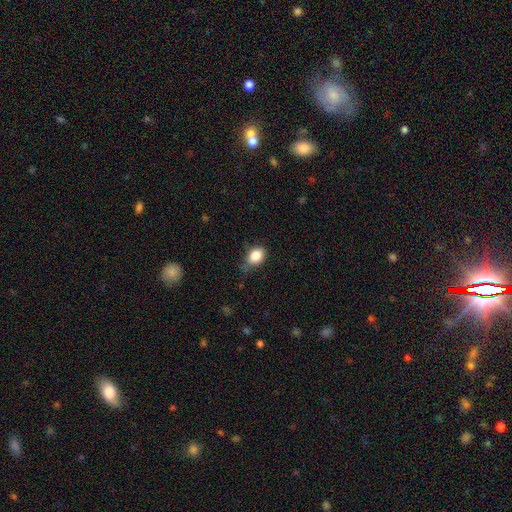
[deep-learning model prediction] Smooth or featured: smooth — 85% (star or artifact — 9%)
How rounded: in between — 67% (round — 32%)
Merging: none — 58% (minor disturbance — 32%)